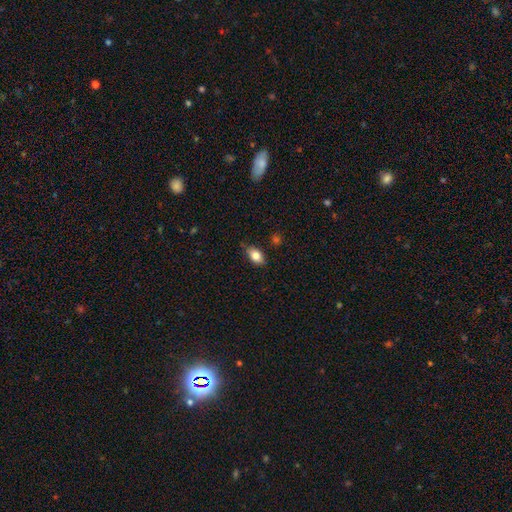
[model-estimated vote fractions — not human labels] Smooth or featured?
  - smooth: 81% *
  - featured or disk: 11%
  - star or artifact: 8%
How rounded?
  - in between: 88% *
  - round: 8%
  - cigar-shaped: 4%
Merging?
  - none: 79% *
  - minor disturbance: 17%
  - major disturbance: 3%
  - merger: 2%